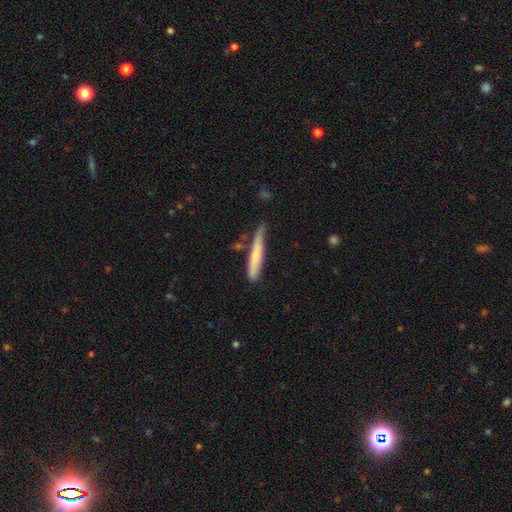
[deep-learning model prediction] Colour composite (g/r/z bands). It shows a smooth galaxy with no disk features (67%) that is cigar-shaped (94%). Merging: none (66%).